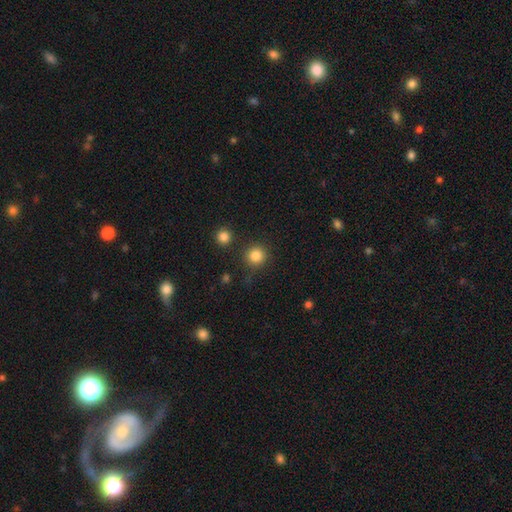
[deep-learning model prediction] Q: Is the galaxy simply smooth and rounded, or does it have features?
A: smooth — 84%.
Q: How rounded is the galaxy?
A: round — 94%.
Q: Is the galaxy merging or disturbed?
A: none — 85%.